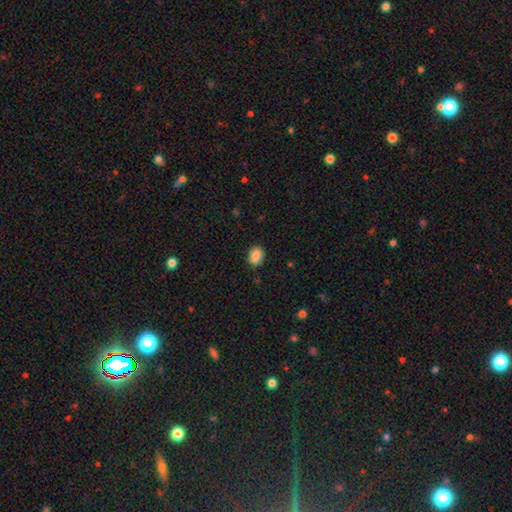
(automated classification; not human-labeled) Smooth or featured? smooth (85%)
How rounded? in between (64%)
Merging? none (85%)